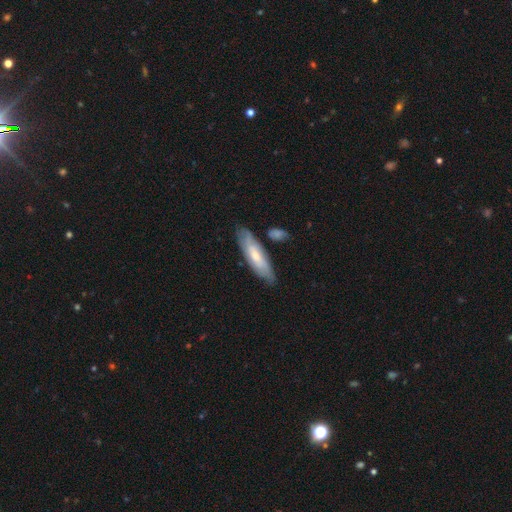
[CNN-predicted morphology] type=smooth (53%); roundness=cigar-shaped (58%); merging=none (74%).